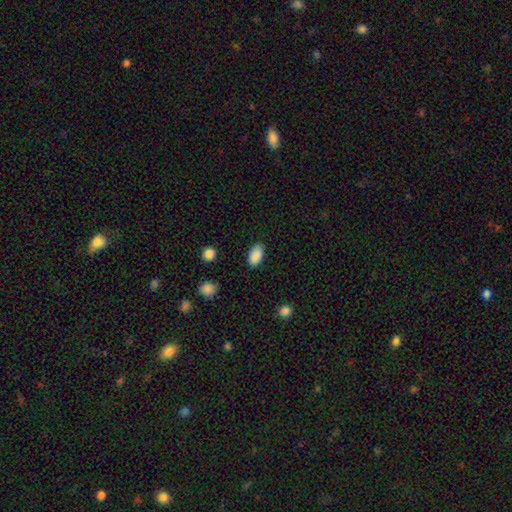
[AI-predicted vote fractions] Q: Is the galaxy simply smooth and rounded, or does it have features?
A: smooth — 89%.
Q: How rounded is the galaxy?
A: in between — 93%.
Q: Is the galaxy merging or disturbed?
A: none — 85%.